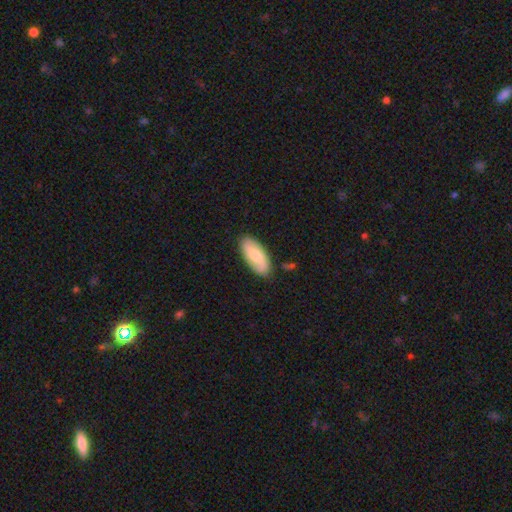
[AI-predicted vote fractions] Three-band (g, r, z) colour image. It shows a smooth galaxy with no disk features (62%) that is in between round and cigar-shaped (88%). Merging: none (83%).